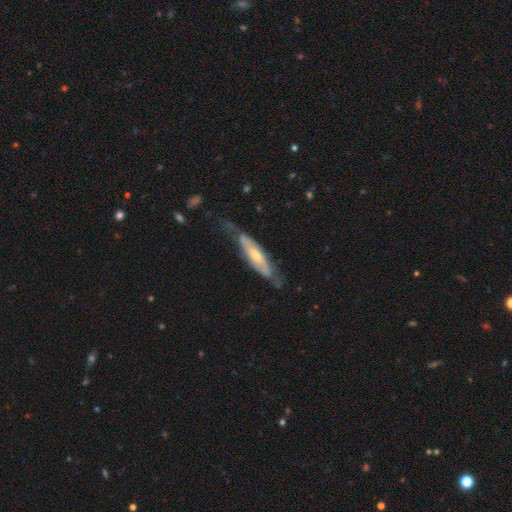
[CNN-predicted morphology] Smooth or featured? featured or disk (68%)
Edge-on disk? no (54%)
Merging? none (56%)